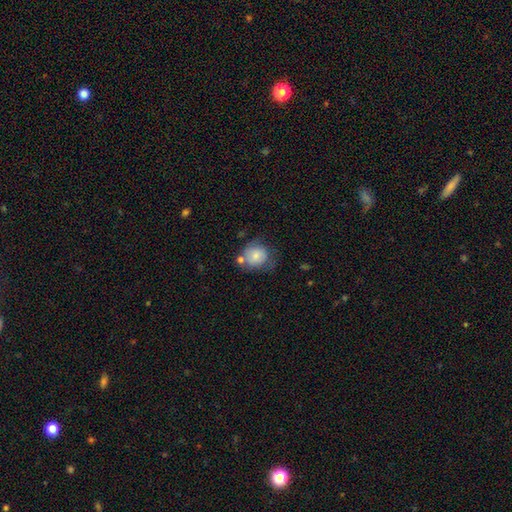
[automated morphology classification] smooth_or_featured: smooth (p=0.71) [alt: featured or disk p=0.21]
how_rounded: round (p=0.76) [alt: in between p=0.23]
merging: none (p=0.46) [alt: minor disturbance p=0.26]